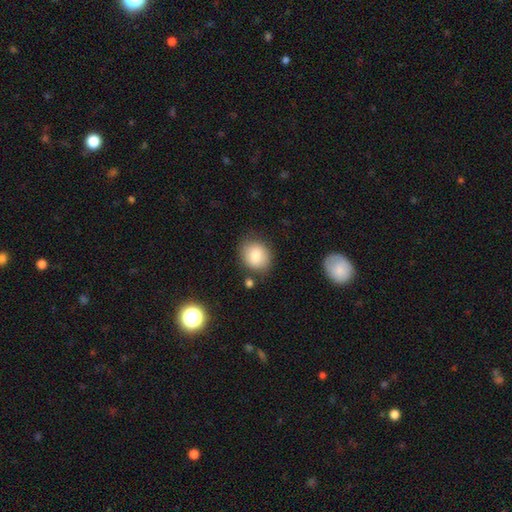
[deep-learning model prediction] smooth 83%, featured or disk 9%, star or artifact 8%. Down the decision tree: how rounded — round (68%); merging — none (78%).